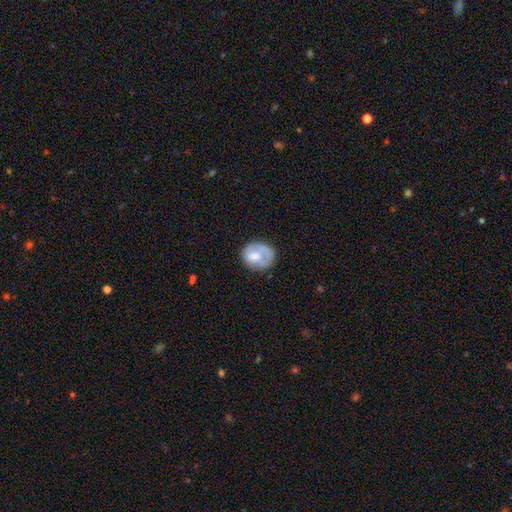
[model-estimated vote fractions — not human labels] Morphology: type=smooth (60%); roundness=round (65%); merging=none (59%).